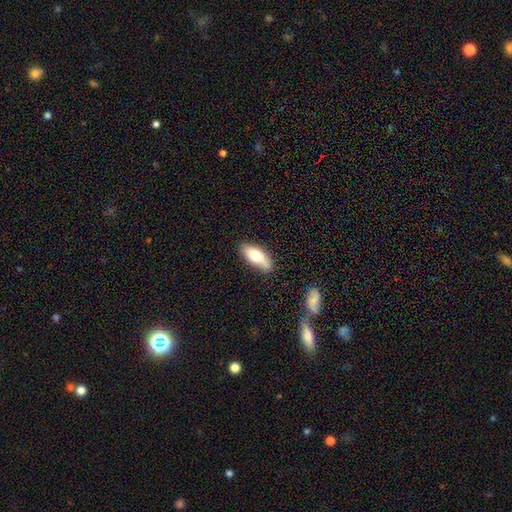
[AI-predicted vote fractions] This appears to be a smooth galaxy with no disk features (69%) that is in between round and cigar-shaped (75%). Merging: none (81%).